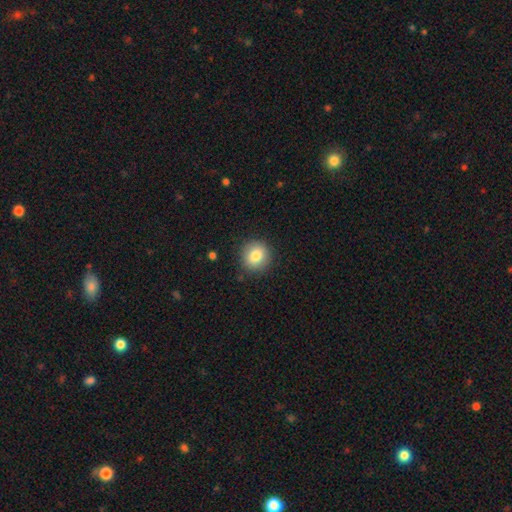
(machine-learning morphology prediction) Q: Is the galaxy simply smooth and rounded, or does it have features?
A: smooth — 82%.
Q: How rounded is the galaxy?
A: round — 90%.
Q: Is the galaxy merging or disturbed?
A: none — 89%.